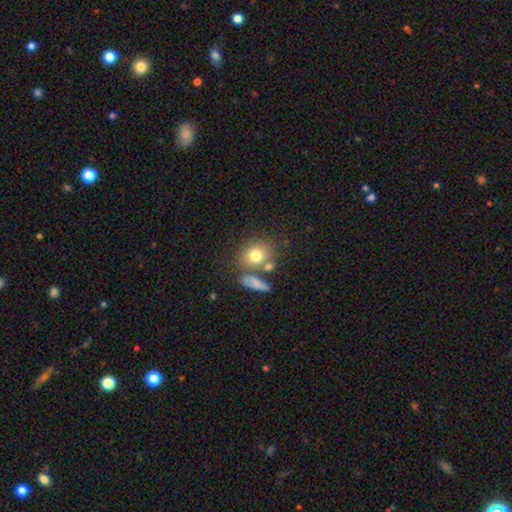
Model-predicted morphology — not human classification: The model was most divided on "how rounded": round: 58%, in between: 40%, cigar-shaped: 2%. More confident: smooth or featured — smooth (76%); merging — none (59%).